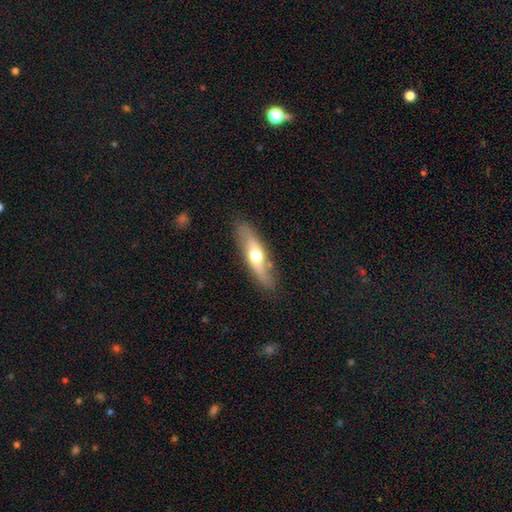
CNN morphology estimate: The model was most divided on "edge-on disk": yes: 51%, no: 49%. More confident: merging — none (82%); smooth or featured — featured or disk (52%).